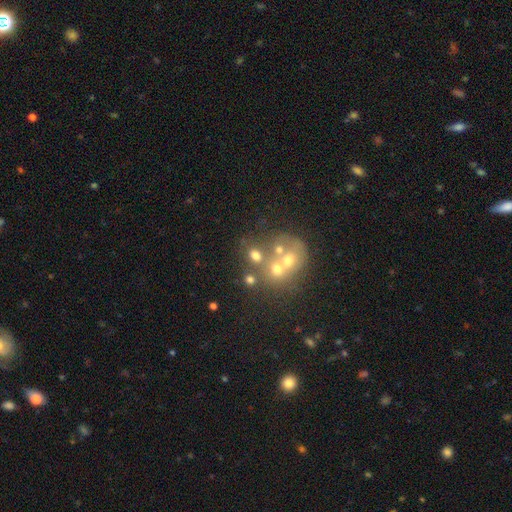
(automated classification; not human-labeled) Smooth or featured?
  - smooth: 57% *
  - featured or disk: 25%
  - star or artifact: 18%
How rounded?
  - round: 64% *
  - in between: 35%
  - cigar-shaped: 1%
Merging?
  - merger: 44% *
  - none: 40%
  - minor disturbance: 9%
  - major disturbance: 7%